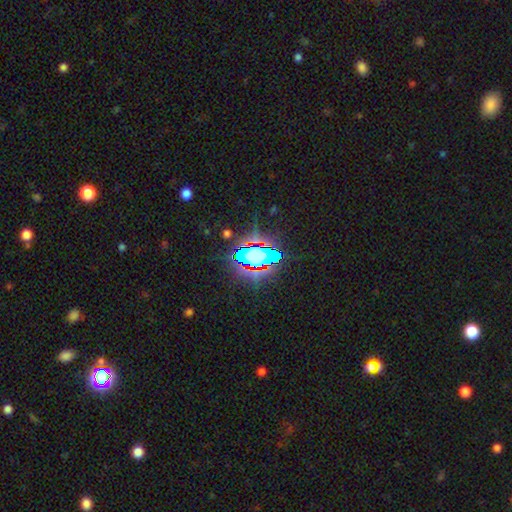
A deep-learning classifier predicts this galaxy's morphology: Overall: star or artifact (62%; smooth 23%).